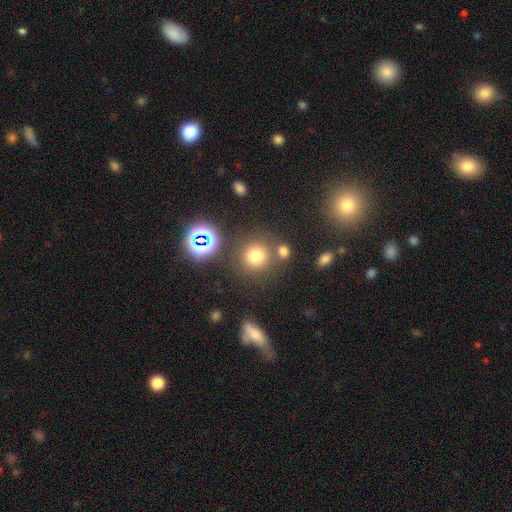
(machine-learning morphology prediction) This appears to be a smooth galaxy with no disk features (72%) that is round (90%). Merging: none (74%).